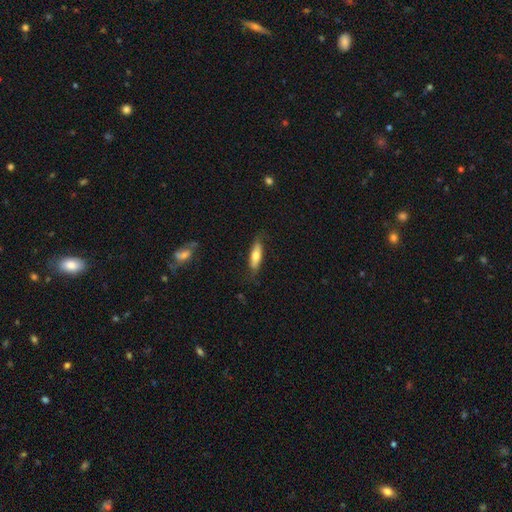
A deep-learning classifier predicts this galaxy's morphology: Overall: smooth (65%; featured or disk 29%). How rounded: cigar-shaped (54%; in between 44%). Merging: none (78%).